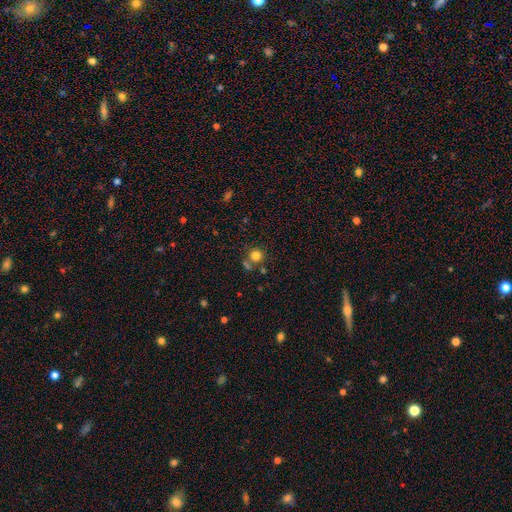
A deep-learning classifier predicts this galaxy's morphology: Q: Smooth or featured?
A: smooth (79%); runner-up: star or artifact (14%)
Q: How rounded?
A: round (92%); runner-up: in between (7%)
Q: Merging?
A: none (67%); runner-up: merger (19%)